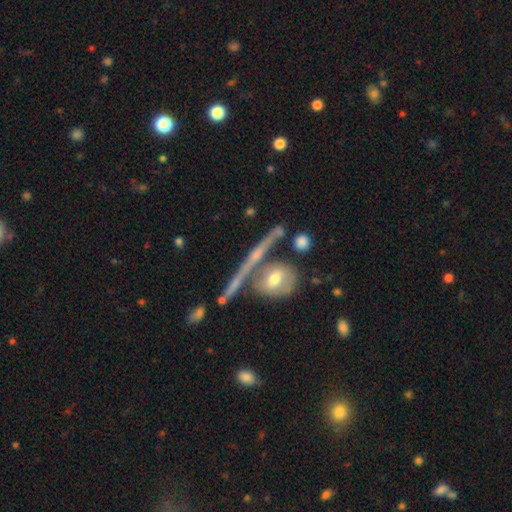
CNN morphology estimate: This appears to be a featured or disk galaxy (64%) viewed edge-on (87%) with a rounded central bulge (54%). Merging: none (64%).